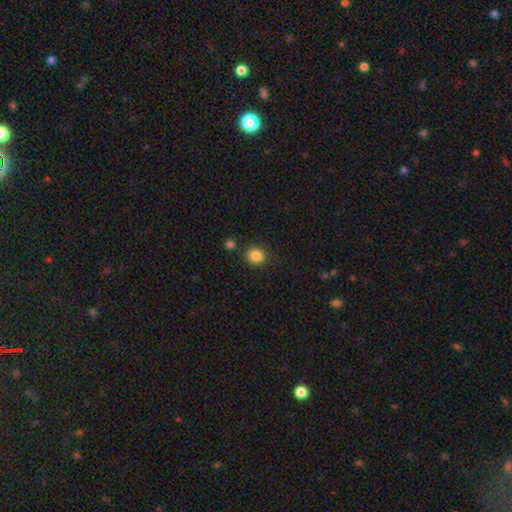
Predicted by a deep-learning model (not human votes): The model was most divided on "how rounded": round: 83%, in between: 16%, cigar-shaped: 1%. More confident: smooth or featured — smooth (85%); merging — none (84%).